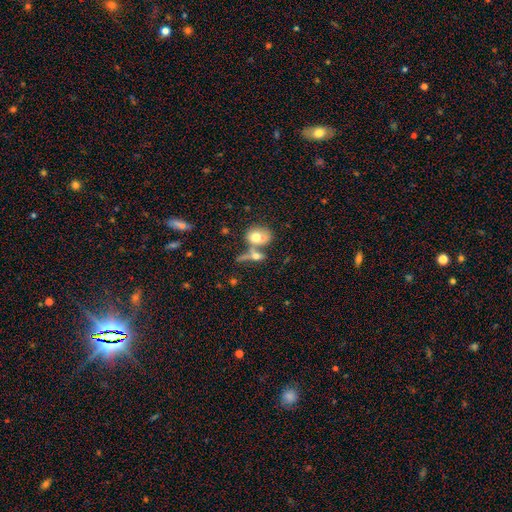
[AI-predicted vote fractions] smooth-or-featured: smooth: 55% | featured or disk: 35% | star or artifact: 10%
  how-rounded: in between: 54% | cigar-shaped: 27% | round: 20%
  merging: merger: 46% | none: 38% | minor disturbance: 10% | major disturbance: 6%